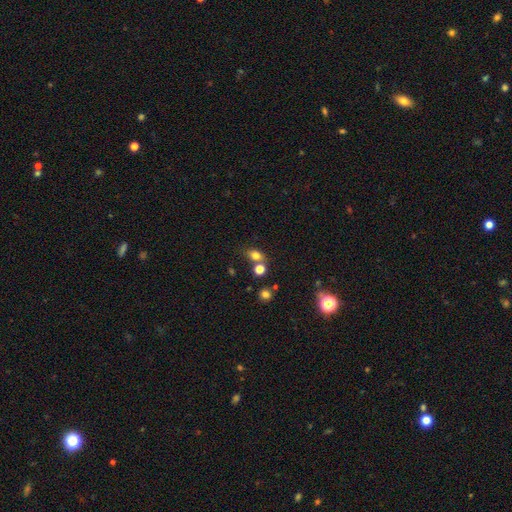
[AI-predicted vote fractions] smooth_or_featured: smooth (p=0.77) [alt: star or artifact p=0.14]
how_rounded: in between (p=0.62) [alt: round p=0.36]
merging: none (p=0.60) [alt: merger p=0.23]